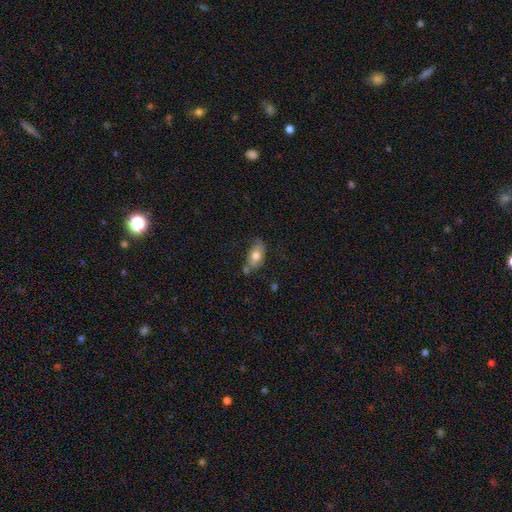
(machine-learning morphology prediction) This appears to be a smooth galaxy with no disk features (72%) that is in between round and cigar-shaped (88%). Merging: none (57%).